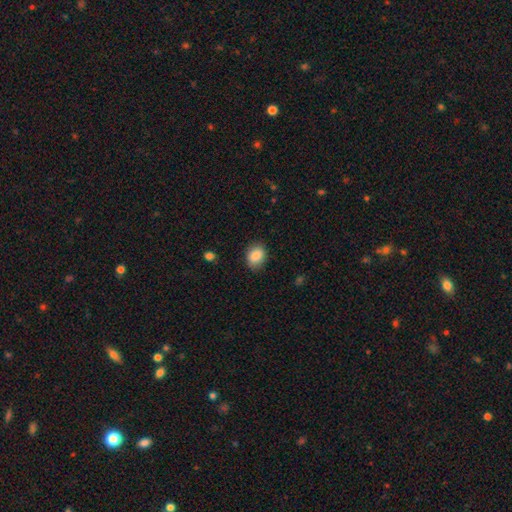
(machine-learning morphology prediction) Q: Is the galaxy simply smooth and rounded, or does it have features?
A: smooth — 88%.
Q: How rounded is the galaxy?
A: in between — 61%.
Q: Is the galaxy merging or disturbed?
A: none — 81%.